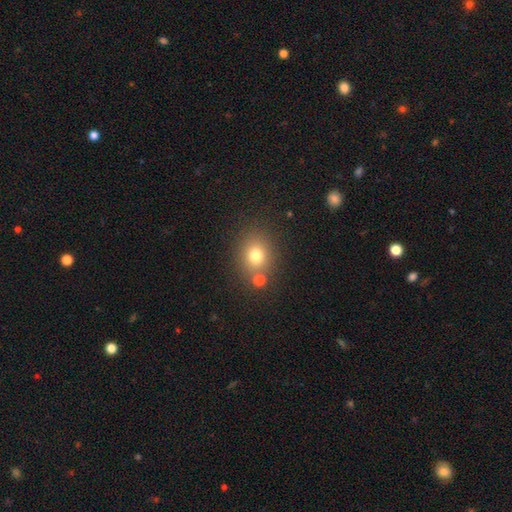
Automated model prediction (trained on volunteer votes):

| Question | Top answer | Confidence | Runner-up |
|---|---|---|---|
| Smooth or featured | smooth | 75% | star or artifact (15%) |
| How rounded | round | 67% | in between (32%) |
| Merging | none | 73% | merger (13%) |